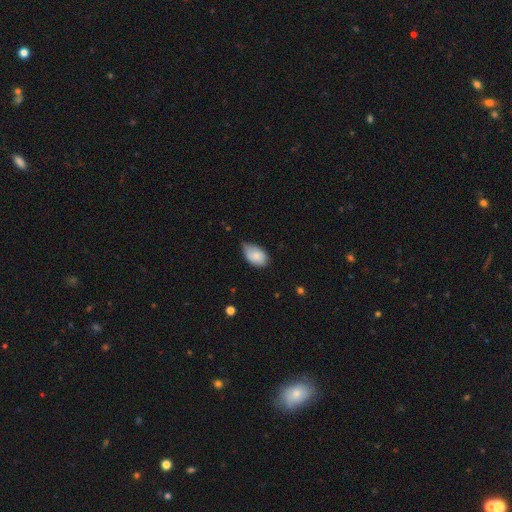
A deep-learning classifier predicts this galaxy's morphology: Smooth or featured?
  - smooth: 82% *
  - featured or disk: 11%
  - star or artifact: 7%
How rounded?
  - in between: 90% *
  - round: 8%
  - cigar-shaped: 1%
Merging?
  - none: 48% *
  - minor disturbance: 43%
  - major disturbance: 7%
  - merger: 2%